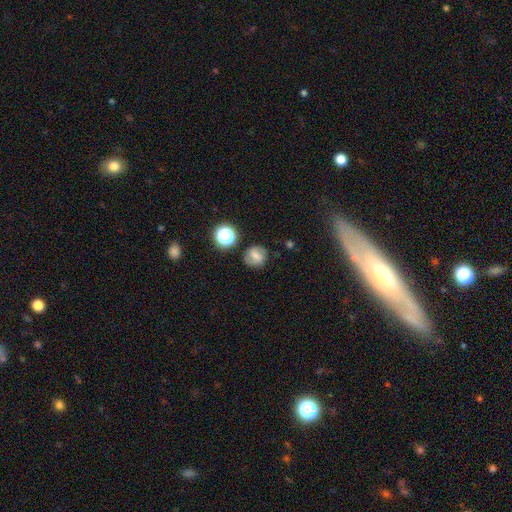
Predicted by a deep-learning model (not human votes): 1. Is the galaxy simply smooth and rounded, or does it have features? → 48% smooth, 35% featured or disk, 17% star or artifact.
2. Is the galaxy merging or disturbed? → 78% none, 14% minor disturbance, 5% major disturbance, 3% merger.